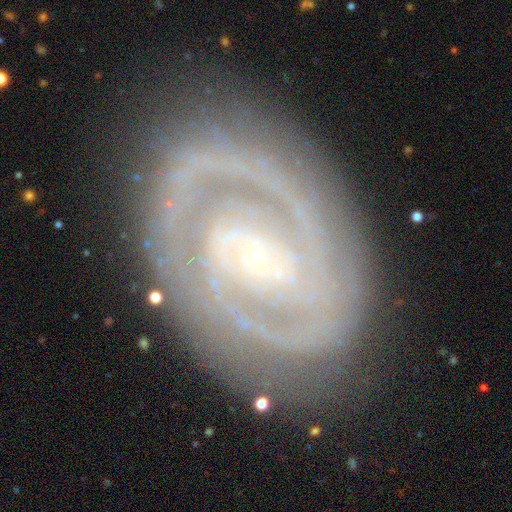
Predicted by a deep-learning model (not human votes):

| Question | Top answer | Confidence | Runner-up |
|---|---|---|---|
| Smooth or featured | featured or disk | 90% | smooth (5%) |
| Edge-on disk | no | 97% | yes (3%) |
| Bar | no | 46% | weak (33%) |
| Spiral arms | yes | 98% | no (2%) |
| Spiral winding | tight | 71% | medium (25%) |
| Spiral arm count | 2 | 74% | 3 (9%) |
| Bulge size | small | 80% | moderate (11%) |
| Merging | none | 80% | minor disturbance (14%) |